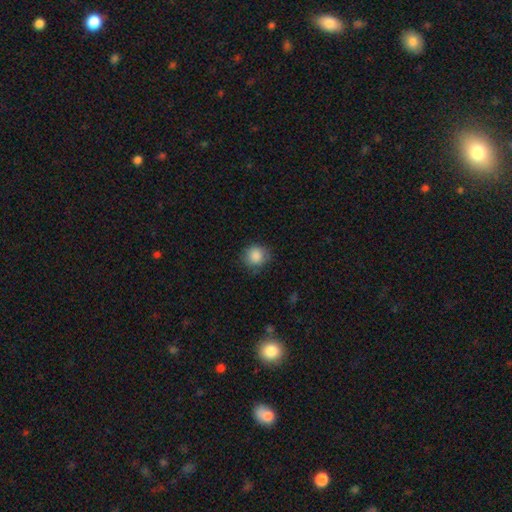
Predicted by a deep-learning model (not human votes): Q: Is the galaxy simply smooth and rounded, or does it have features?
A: smooth — 87%.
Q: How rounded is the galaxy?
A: round — 88%.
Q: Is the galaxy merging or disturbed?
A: none — 79%.